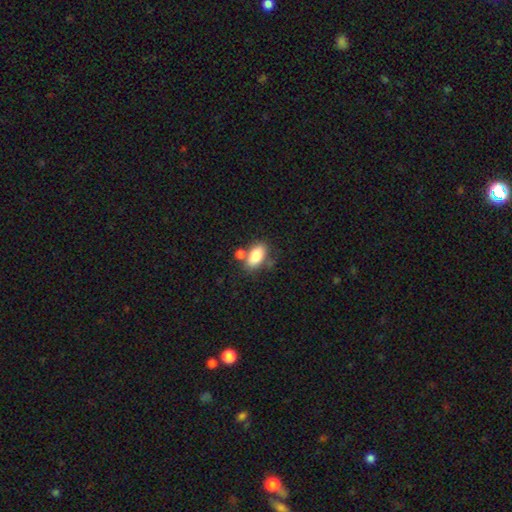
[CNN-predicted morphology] Overall: smooth (82%). How rounded: in between (88%). Merging: none (59%; merger 21%).